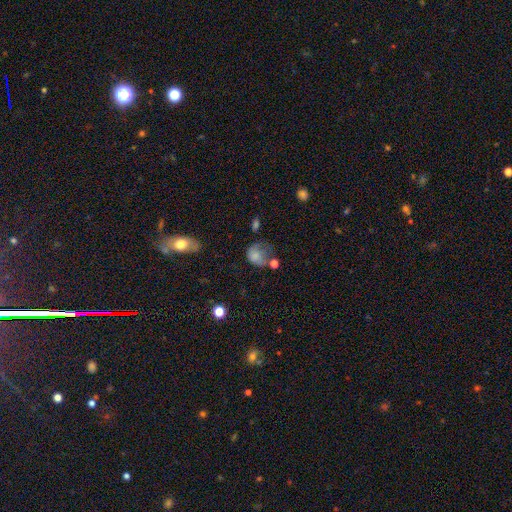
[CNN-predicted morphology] This is likely a smooth galaxy (69%). How rounded: possibly round (53%). Merging: marginally major disturbance (35%).